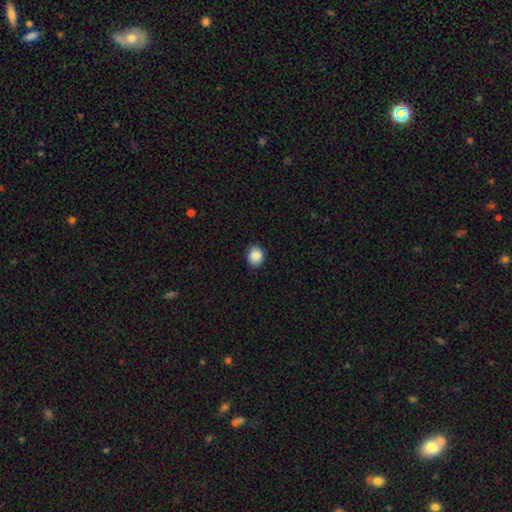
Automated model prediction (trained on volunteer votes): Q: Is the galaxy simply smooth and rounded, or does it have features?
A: smooth — 88%.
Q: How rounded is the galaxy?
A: round — 72%.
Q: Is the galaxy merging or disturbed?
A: none — 87%.